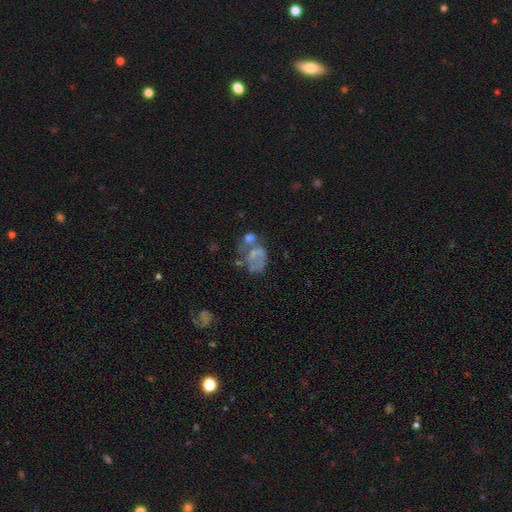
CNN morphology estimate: Overall: featured or disk (46%; smooth 40%). Merging: major disturbance (30%; merger 27%).